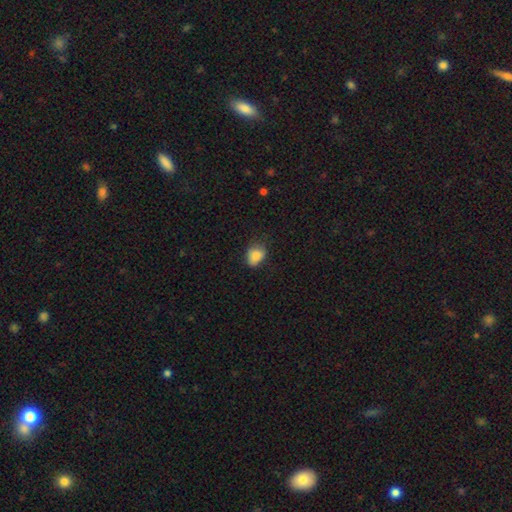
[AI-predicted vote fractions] smooth_or_featured: smooth (p=0.85) [alt: star or artifact p=0.09]
how_rounded: in between (p=0.69) [alt: round p=0.30]
merging: none (p=0.65) [alt: minor disturbance p=0.27]